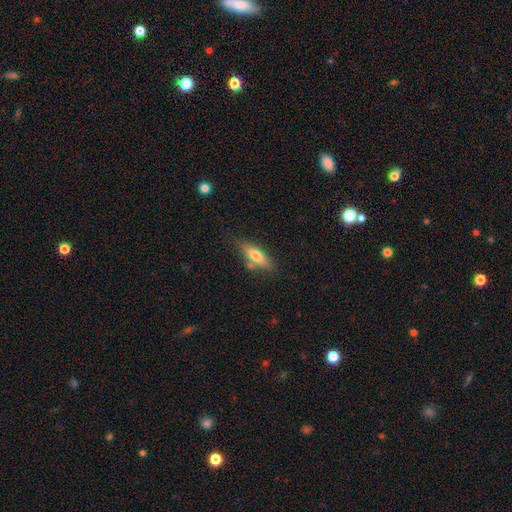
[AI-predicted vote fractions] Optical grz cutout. It shows a smooth galaxy with no disk features (67%) that is in between round and cigar-shaped (59%). Merging: none (65%).